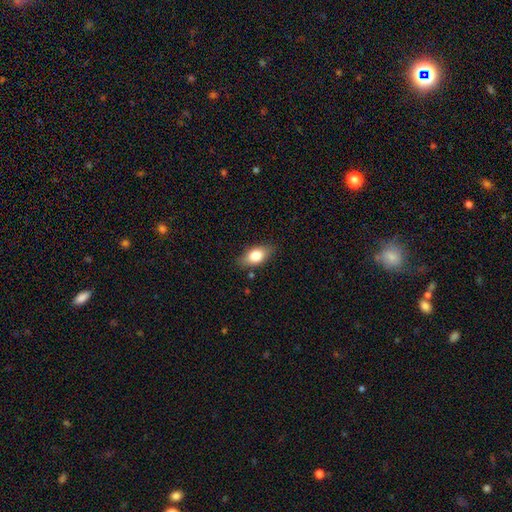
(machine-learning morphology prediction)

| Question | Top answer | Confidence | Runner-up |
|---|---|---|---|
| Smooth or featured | smooth | 77% | featured or disk (15%) |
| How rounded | in between | 87% | round (7%) |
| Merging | none | 83% | minor disturbance (13%) |